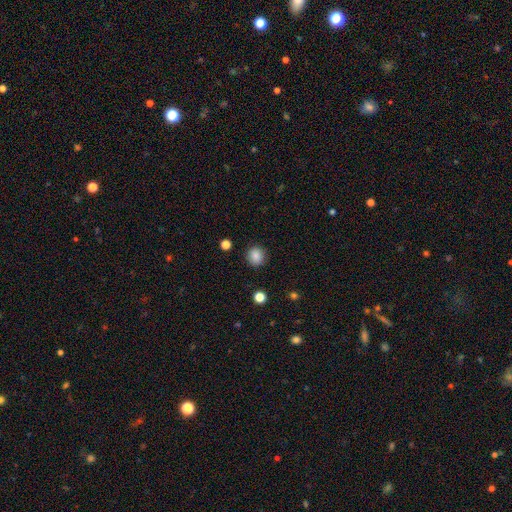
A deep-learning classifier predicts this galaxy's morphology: A smooth galaxy with no disk features (86%) that is round (87%). Merging: none (90%).